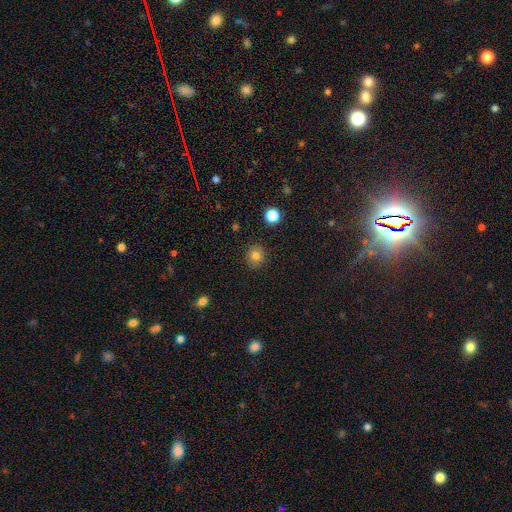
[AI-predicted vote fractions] A smooth galaxy with no disk features (79%) that is round (87%). Merging: none (90%).